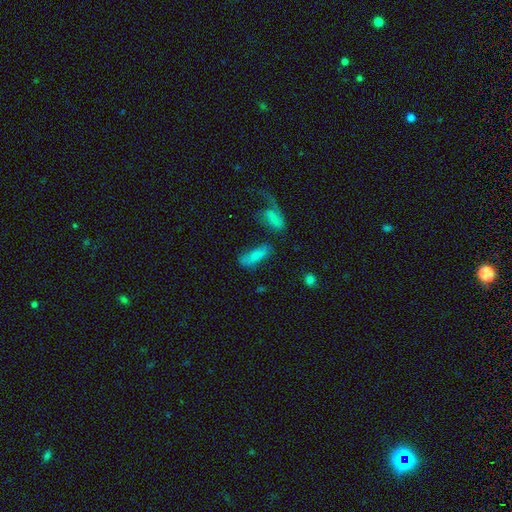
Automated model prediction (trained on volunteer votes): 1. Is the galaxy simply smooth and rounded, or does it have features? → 75% smooth, 15% featured or disk, 10% star or artifact.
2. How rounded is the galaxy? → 57% in between, 39% cigar-shaped, 4% round.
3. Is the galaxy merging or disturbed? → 46% none, 22% merger, 19% minor disturbance, 13% major disturbance.